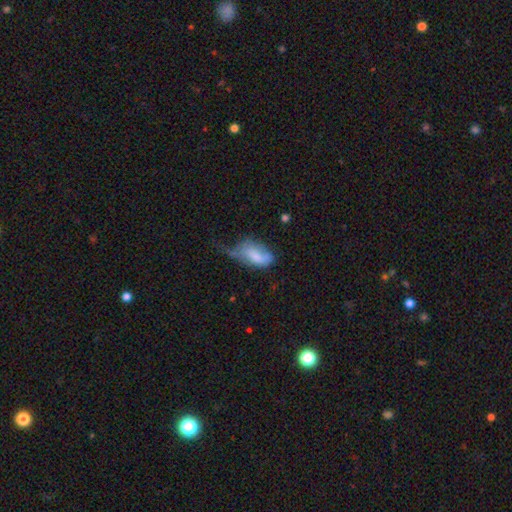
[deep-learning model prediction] Smooth or featured: smooth — 65% (featured or disk — 27%)
How rounded: in between — 91% (cigar-shaped — 4%)
Merging: major disturbance — 41% (minor disturbance — 32%)